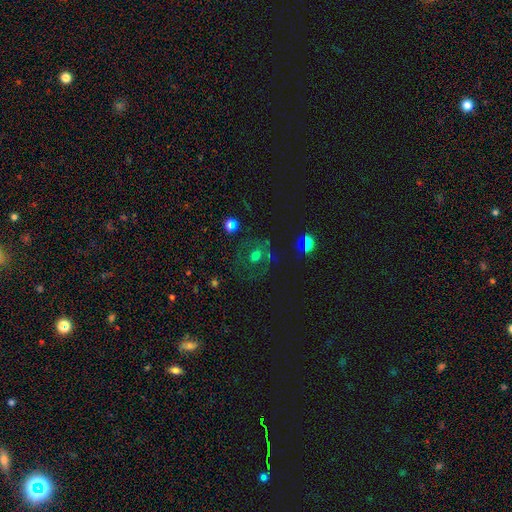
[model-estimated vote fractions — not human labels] A featured or disk galaxy (41%).

Vote fractions:
- Smooth or featured? featured or disk: 41% / smooth: 40% / star or artifact: 19%
- Merging? none: 68% / minor disturbance: 16% / major disturbance: 13% / merger: 4%